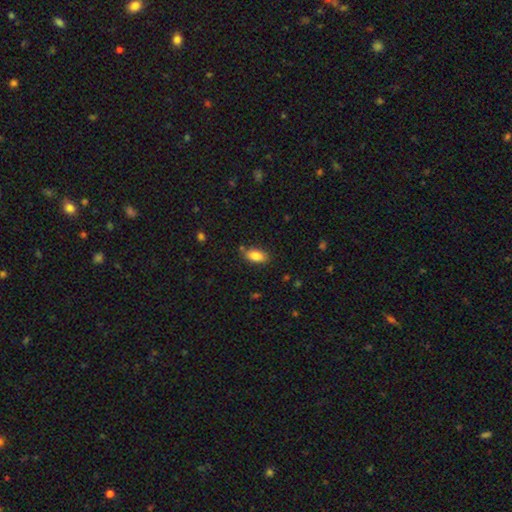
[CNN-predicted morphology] Q: Smooth or featured?
A: smooth (85%); runner-up: star or artifact (8%)
Q: How rounded?
A: in between (90%); runner-up: cigar-shaped (7%)
Q: Merging?
A: none (81%); runner-up: minor disturbance (13%)